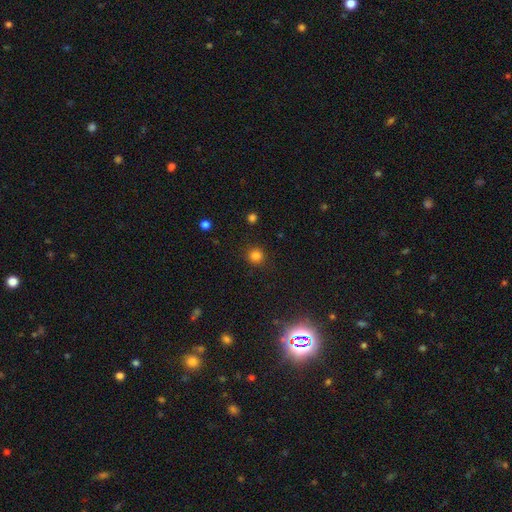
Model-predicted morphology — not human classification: Smooth or featured?
  - smooth: 81% *
  - star or artifact: 15%
  - featured or disk: 4%
How rounded?
  - round: 93% *
  - in between: 6%
  - cigar-shaped: 1%
Merging?
  - none: 90% *
  - minor disturbance: 7%
  - major disturbance: 2%
  - merger: 1%